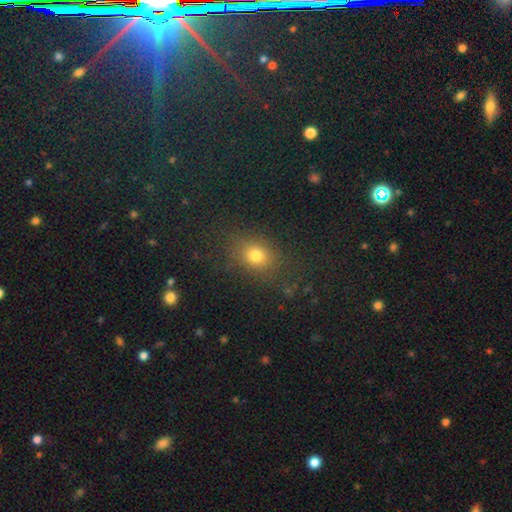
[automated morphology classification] smooth-or-featured: smooth: 75% | star or artifact: 17% | featured or disk: 8%
  how-rounded: round: 50% | in between: 48% | cigar-shaped: 2%
  merging: none: 82% | minor disturbance: 11% | major disturbance: 5% | merger: 2%